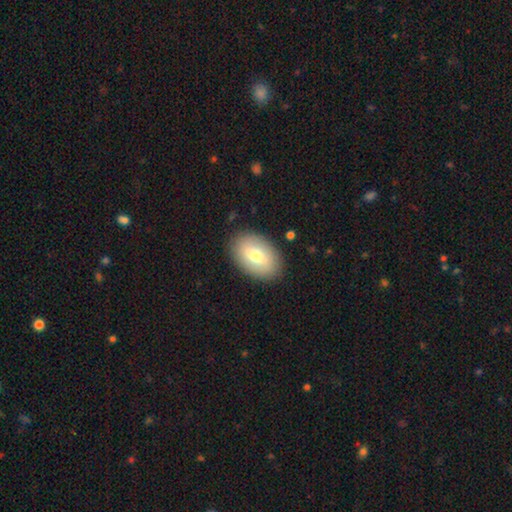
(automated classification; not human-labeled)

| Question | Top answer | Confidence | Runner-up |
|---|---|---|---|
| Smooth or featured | smooth | 71% | featured or disk (23%) |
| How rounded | in between | 91% | round (8%) |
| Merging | none | 87% | minor disturbance (9%) |